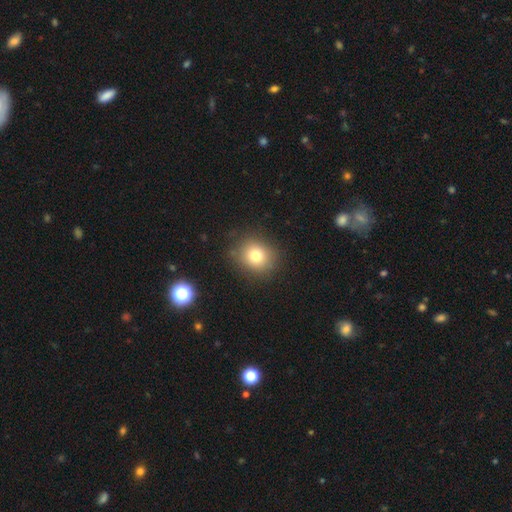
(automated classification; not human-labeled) A smooth galaxy with no disk features (76%) that is round (78%).

Vote fractions:
- Smooth or featured? smooth: 76% / star or artifact: 13% / featured or disk: 11%
- How rounded? round: 78% / in between: 21% / cigar-shaped: 1%
- Merging? none: 84% / minor disturbance: 10% / major disturbance: 4% / merger: 2%